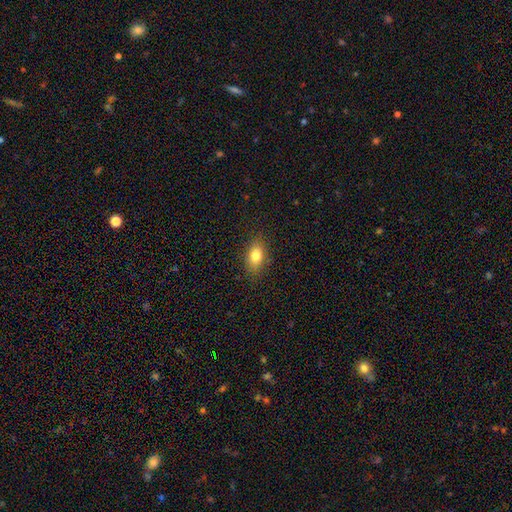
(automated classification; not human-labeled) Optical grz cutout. It shows a smooth galaxy with no disk features (80%) that is in between round and cigar-shaped (83%). Merging: none (85%).